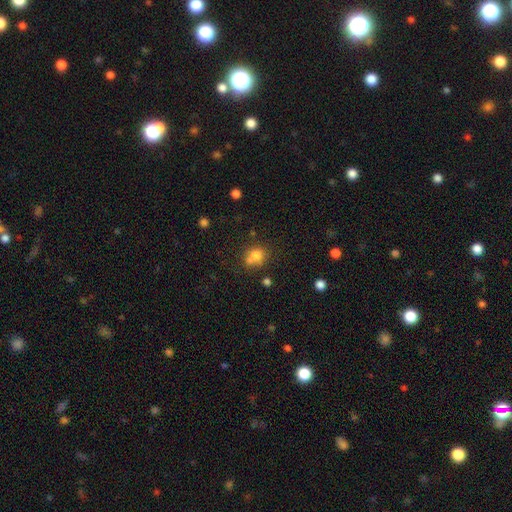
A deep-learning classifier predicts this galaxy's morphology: Overall: smooth (74%). How rounded: round (74%). Merging: none (48%; merger 33%).